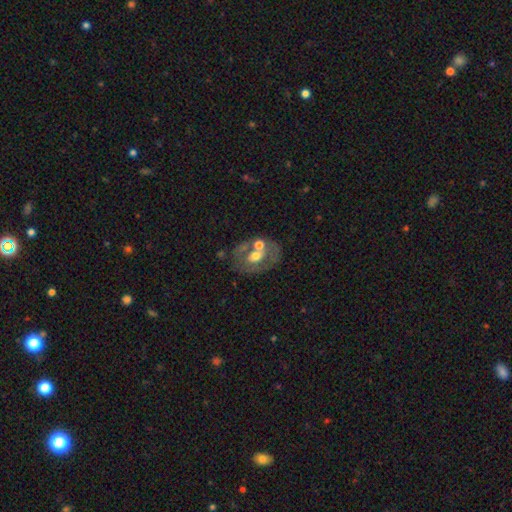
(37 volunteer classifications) Volunteers were most divided on "bar": weak: 52%, no: 39%, strong: 9%. More confident: edge-on disk — no (92%); spiral arms — no (70%); smooth or featured — featured or disk (68%); bulge size — moderate (65%); merging — none (63%).